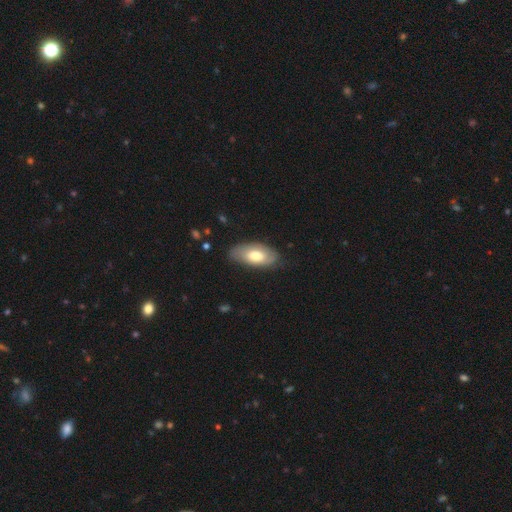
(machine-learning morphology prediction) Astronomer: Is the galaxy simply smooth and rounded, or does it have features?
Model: smooth — 64%.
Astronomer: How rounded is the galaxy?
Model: in between — 91%.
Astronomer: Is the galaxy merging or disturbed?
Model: none — 74%.